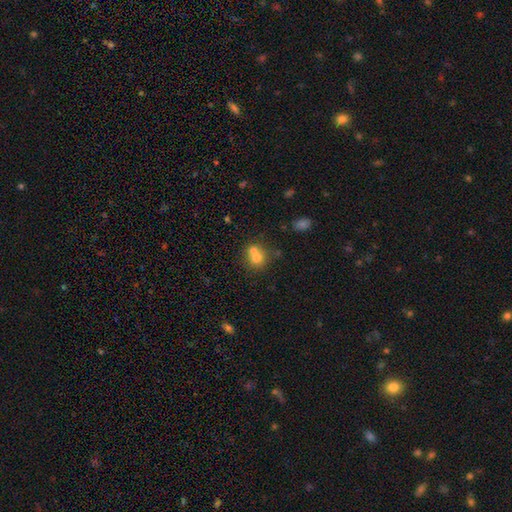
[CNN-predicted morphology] Overall: smooth (69%). How rounded: round (83%). Merging: merger (54%; none 38%).